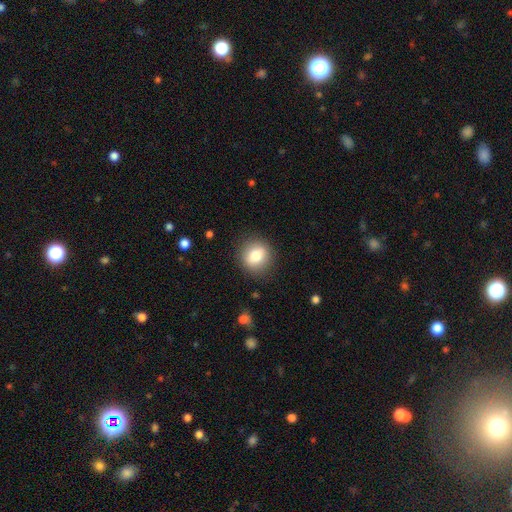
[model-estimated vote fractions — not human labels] A smooth galaxy with no disk features (80%) that is round (83%). Merging: none (87%).